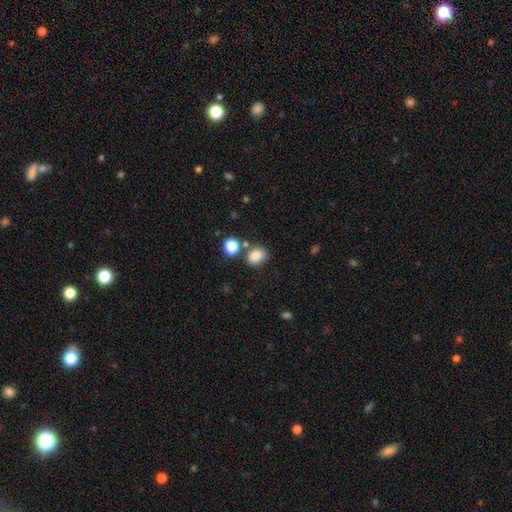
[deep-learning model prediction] This appears to be a smooth galaxy with no disk features (84%) that is in between round and cigar-shaped (56%). Merging: none (68%).